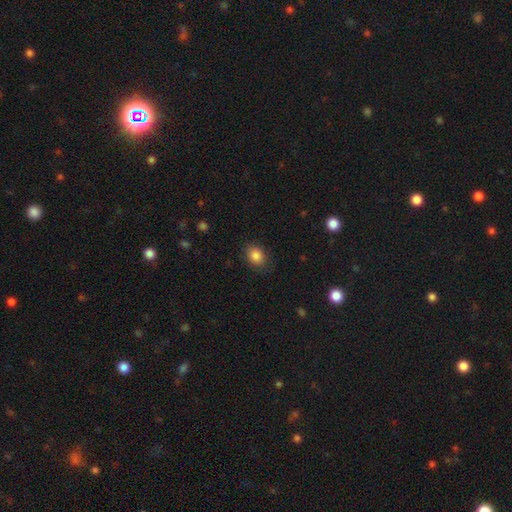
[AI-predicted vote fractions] This appears to be a smooth galaxy with no disk features (85%) that is in between round and cigar-shaped (55%). Merging: none (83%).